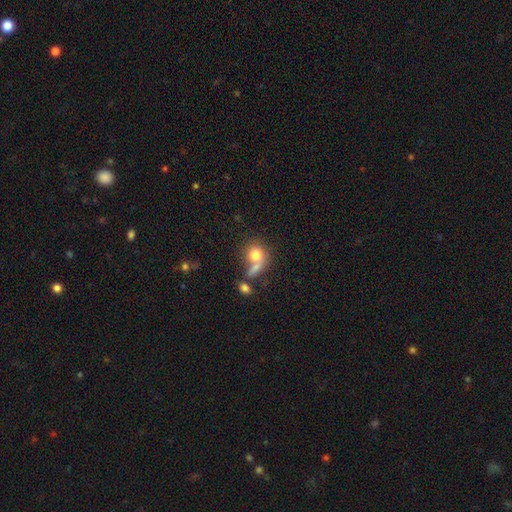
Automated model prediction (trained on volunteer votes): Smooth or featured?
  - smooth: 76% *
  - featured or disk: 14%
  - star or artifact: 10%
How rounded?
  - round: 74% *
  - in between: 24%
  - cigar-shaped: 2%
Merging?
  - merger: 40% *
  - none: 37%
  - minor disturbance: 12%
  - major disturbance: 11%